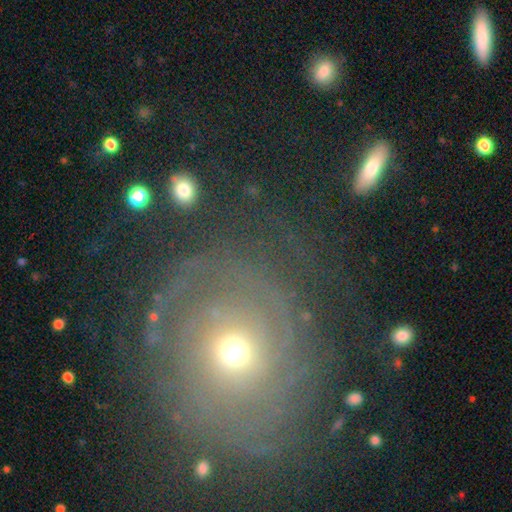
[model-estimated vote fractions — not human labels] Smooth or featured? featured or disk (65%)
Edge-on disk? no (95%)
Bar? no (82%)
Spiral arms? yes (78%)
Bulge size? small (47%, tied with moderate)
Merging? none (73%)